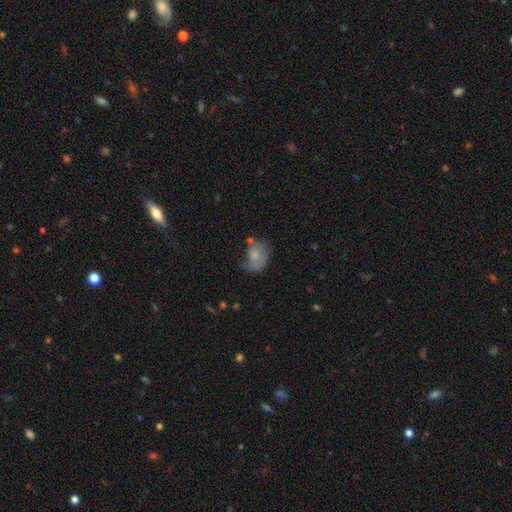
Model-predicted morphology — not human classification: Q: Smooth or featured?
A: smooth (67%); runner-up: featured or disk (24%)
Q: How rounded?
A: in between (69%); runner-up: round (30%)
Q: Merging?
A: none (35%); runner-up: minor disturbance (33%)